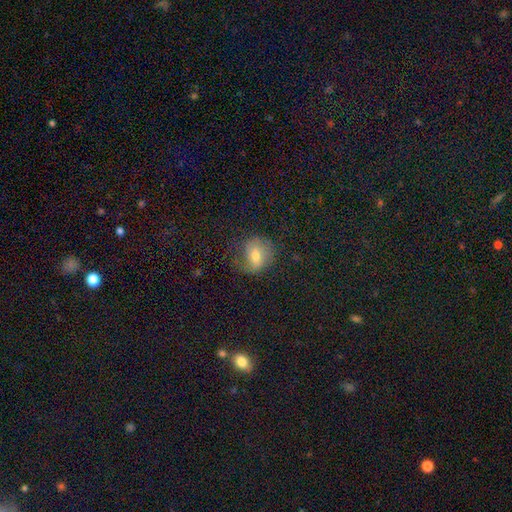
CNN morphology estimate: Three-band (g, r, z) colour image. It shows a smooth galaxy with no disk features (56%) that is round (61%). Merging: none (65%).